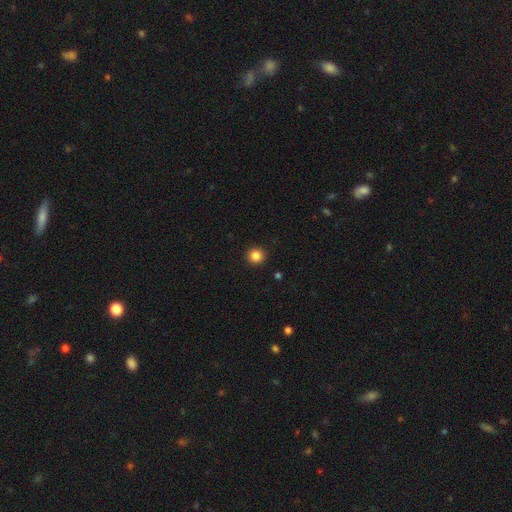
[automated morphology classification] Smooth or featured? Predicted: smooth (p=0.85). How rounded? Predicted: round (p=0.95). Merging? Predicted: none (p=0.93).